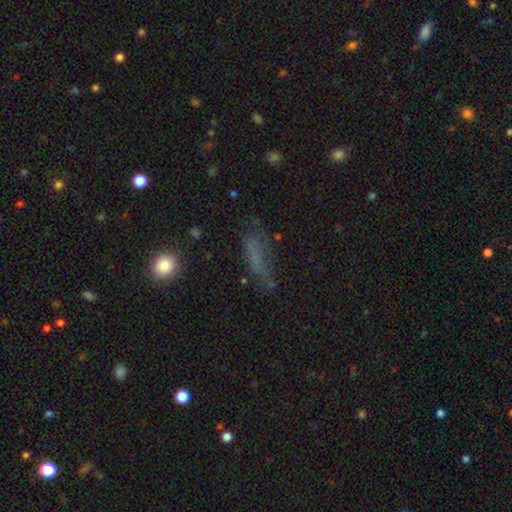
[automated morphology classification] Smooth or featured: smooth — 59% (featured or disk — 23%)
How rounded: cigar-shaped — 61% (in between — 34%)
Merging: none — 57% (minor disturbance — 23%)